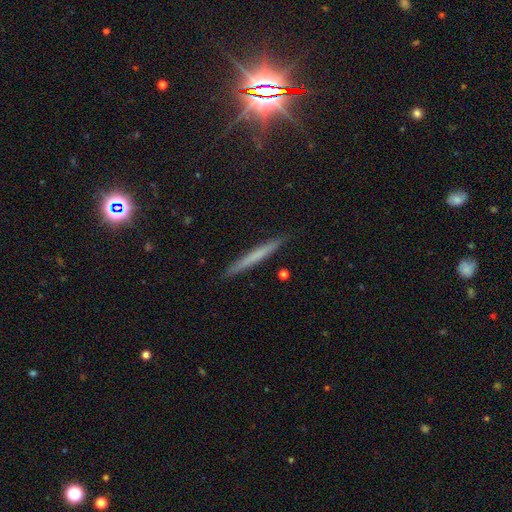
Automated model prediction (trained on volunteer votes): A smooth galaxy with no disk features (57%) that is cigar-shaped (97%). Merging: none (91%).